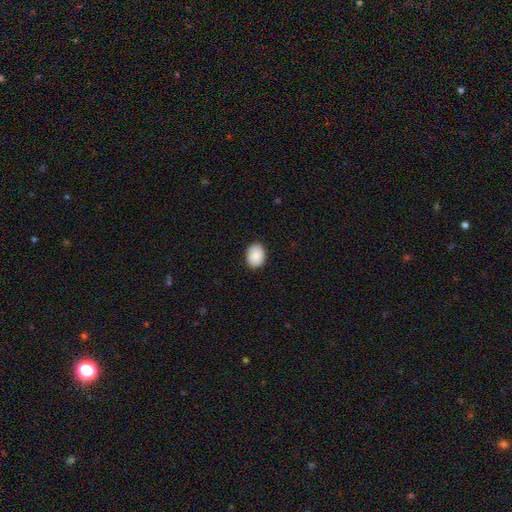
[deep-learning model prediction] Smooth or featured: smooth — 90% (star or artifact — 7%)
How rounded: in between — 65% (round — 35%)
Merging: none — 89% (minor disturbance — 8%)